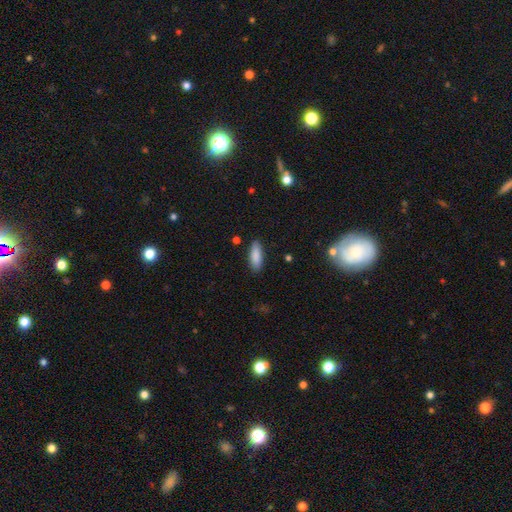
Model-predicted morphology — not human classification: This appears to be a smooth galaxy with no disk features (87%) that is in between round and cigar-shaped (64%). Merging: none (87%).